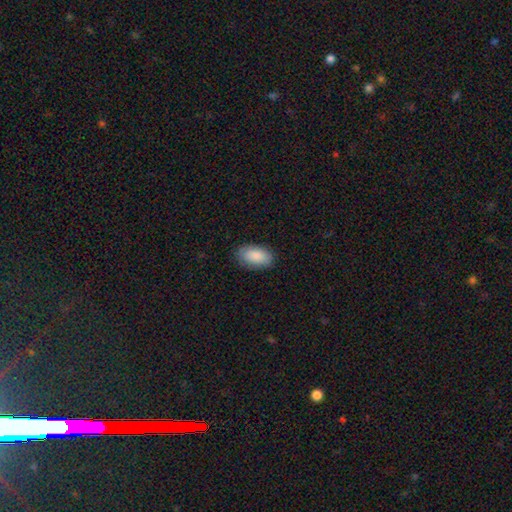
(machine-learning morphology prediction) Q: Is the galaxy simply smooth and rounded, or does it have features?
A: smooth — 89%.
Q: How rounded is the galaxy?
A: in between — 95%.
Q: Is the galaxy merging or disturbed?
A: none — 87%.